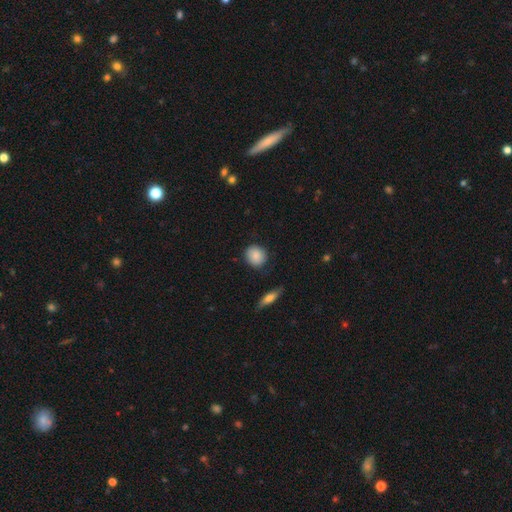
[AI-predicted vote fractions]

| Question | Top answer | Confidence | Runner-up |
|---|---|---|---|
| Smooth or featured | smooth | 86% | featured or disk (7%) |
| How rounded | round | 82% | in between (17%) |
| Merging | none | 82% | minor disturbance (13%) |